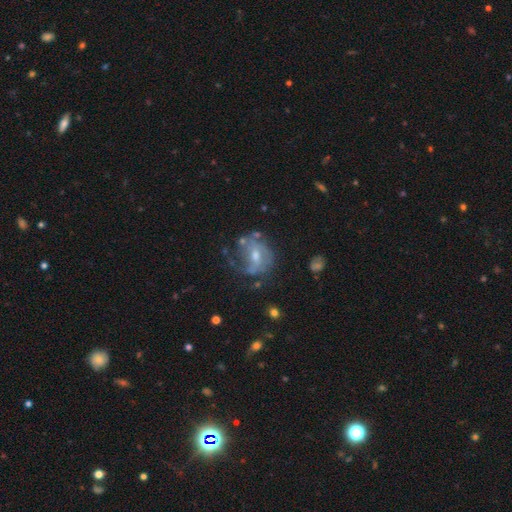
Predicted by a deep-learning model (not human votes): Smooth or featured?
  - featured or disk: 65% *
  - smooth: 25%
  - star or artifact: 10%
Edge-on disk?
  - no: 96% *
  - yes: 4%
Bar?
  - weak: 45% *
  - no: 41%
  - strong: 14%
Spiral arms?
  - yes: 62% *
  - no: 38%
Bulge size?
  - moderate: 59% *
  - small: 33%
  - large: 4%
  - none: 3%
  - dominant: 1%
Merging?
  - none: 46% *
  - minor disturbance: 25%
  - major disturbance: 24%
  - merger: 5%